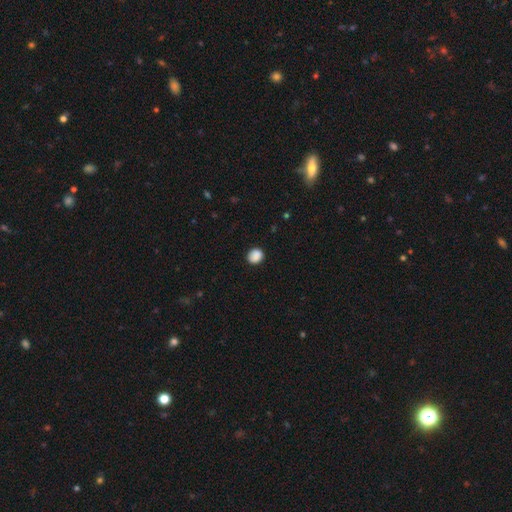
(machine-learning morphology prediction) Smooth or featured? Predicted: smooth (p=0.88). How rounded? Predicted: round (p=0.74). Merging? Predicted: none (p=0.86).